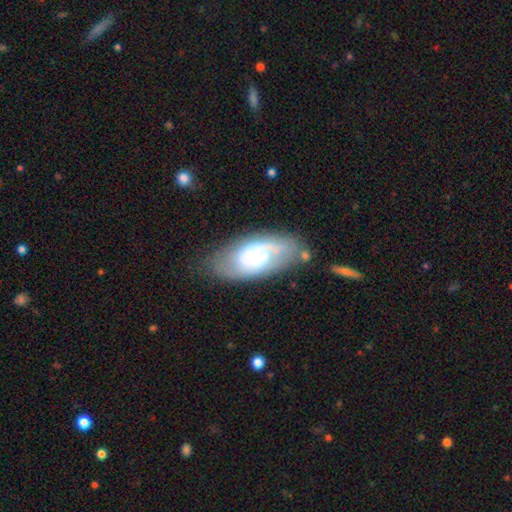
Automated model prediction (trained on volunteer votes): The model was most divided on "bulge size": moderate: 39%, small: 30%, large: 20%, none: 6%, dominant: 4%. More confident: edge-on disk — no (90%); spiral arms — yes (68%); bar — no (66%); merging — none (62%); smooth or featured — featured or disk (56%).